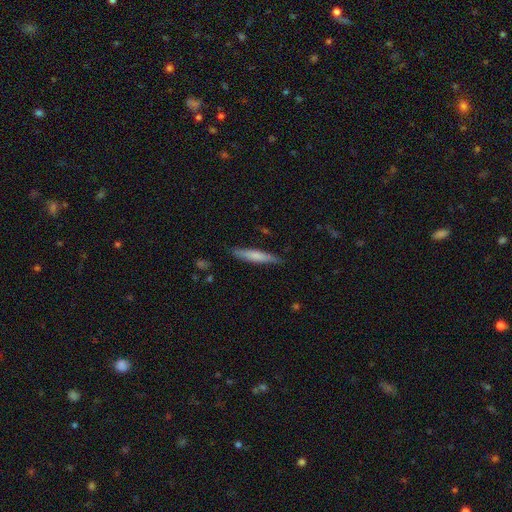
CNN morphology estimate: smooth_or_featured: smooth (p=0.68) [alt: featured or disk p=0.26]
how_rounded: cigar-shaped (p=0.90) [alt: in between p=0.08]
merging: none (p=0.84) [alt: minor disturbance p=0.13]